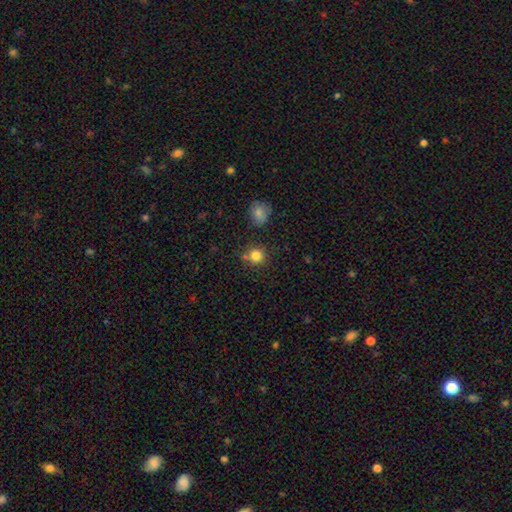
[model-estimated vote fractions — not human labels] Smooth or featured? smooth (82%)
How rounded? round (90%)
Merging? none (77%)